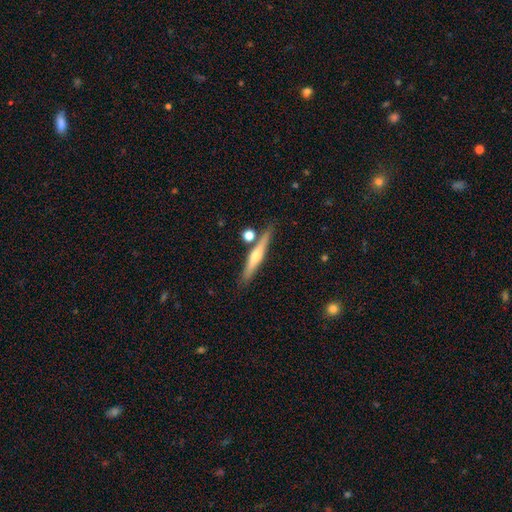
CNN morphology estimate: This is possibly a featured or disk galaxy (56%). It is clearly viewed edge-on (96%). Edge-on bulge: clearly rounded (85%). Merging: clearly none (80%).